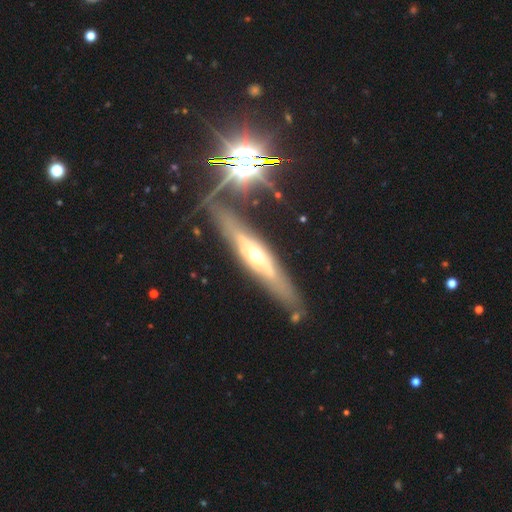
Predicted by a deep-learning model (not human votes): Overall: featured or disk (69%). Edge-on disk: yes (77%). Edge-on bulge: rounded (86%). Merging: none (78%).